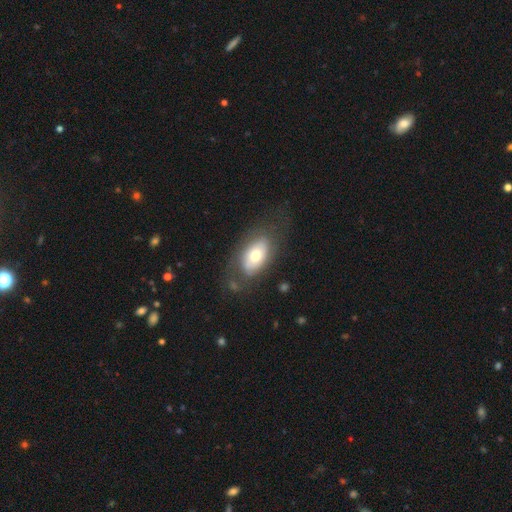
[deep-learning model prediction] Smooth or featured? Predicted: smooth (p=0.57). How rounded? Predicted: in between (p=0.90). Merging? Predicted: none (p=0.64).